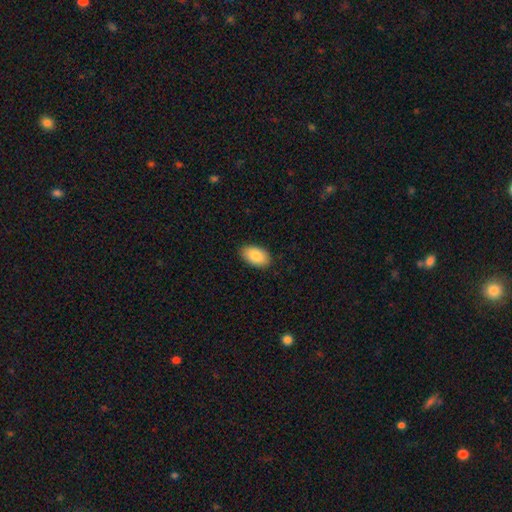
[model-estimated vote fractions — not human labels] smooth 88%, star or artifact 6%, featured or disk 6%. Down the decision tree: how rounded — in between (95%); merging — none (88%).